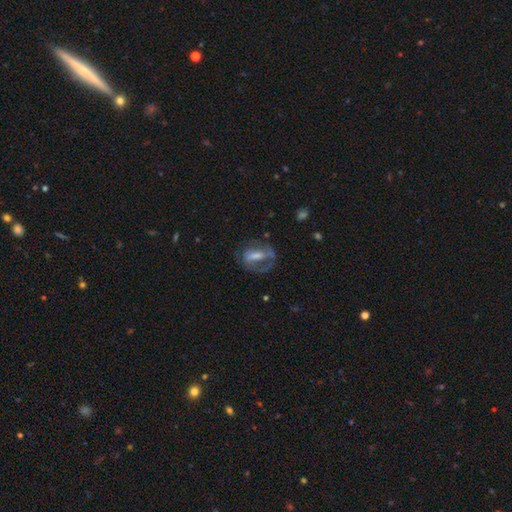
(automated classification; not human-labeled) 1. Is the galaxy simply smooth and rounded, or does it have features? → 58% featured or disk, 34% smooth, 8% star or artifact.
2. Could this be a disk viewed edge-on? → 89% no, 11% yes.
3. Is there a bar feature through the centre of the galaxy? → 48% strong, 30% weak, 22% no.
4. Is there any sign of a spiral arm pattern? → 54% yes, 46% no.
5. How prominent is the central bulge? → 35% moderate, 26% small, 21% none, 17% large, 2% dominant.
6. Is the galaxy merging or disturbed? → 48% none, 28% major disturbance, 22% minor disturbance, 2% merger.